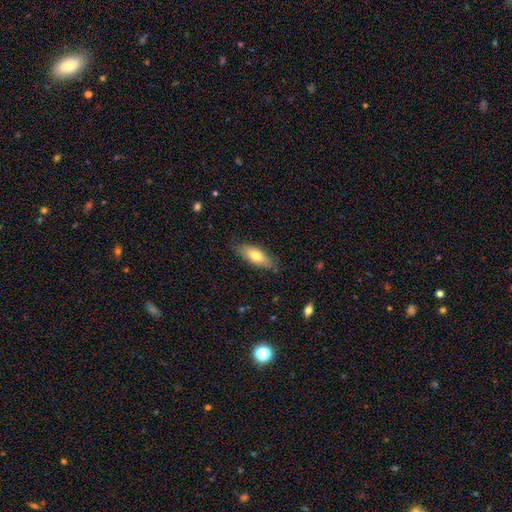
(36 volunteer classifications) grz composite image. It shows a smooth galaxy with no disk features (69%) that is in between round and cigar-shaped (76%). Merging: none (77%).